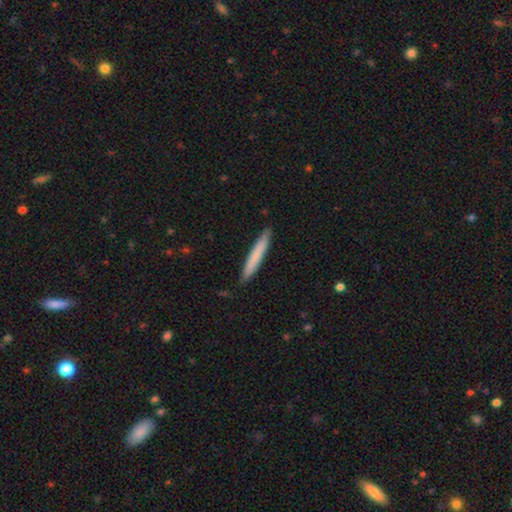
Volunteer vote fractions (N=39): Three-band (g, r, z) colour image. It shows a smooth galaxy with no disk features (77%) that is cigar-shaped (97%). Merging: none (95%).